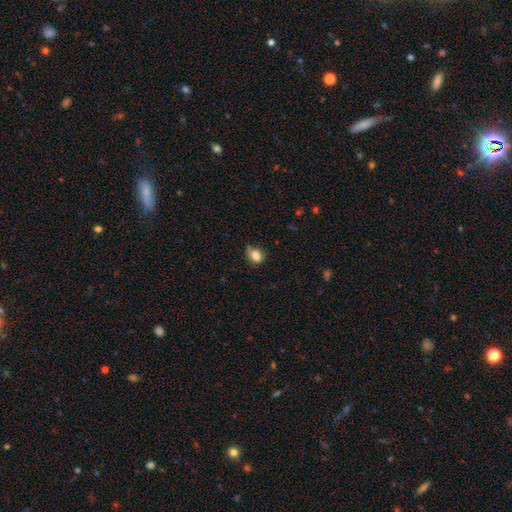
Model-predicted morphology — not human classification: smooth_or_featured: smooth (p=0.82) [alt: star or artifact p=0.10]
how_rounded: in between (p=0.59) [alt: round p=0.39]
merging: none (p=0.55) [alt: minor disturbance p=0.34]